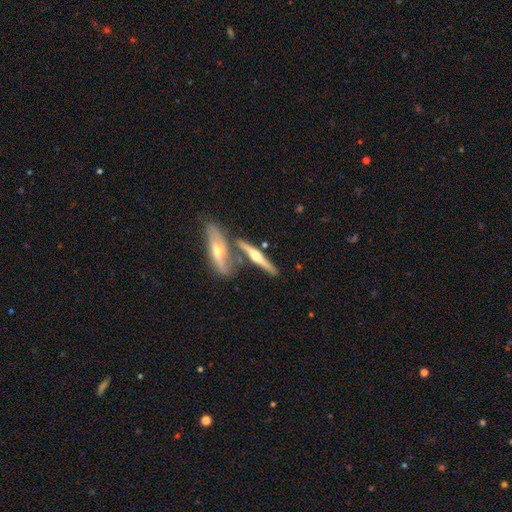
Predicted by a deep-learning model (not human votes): A featured or disk galaxy (71%) viewed edge-on (96%) with a rounded central bulge (94%).

Vote fractions:
- Smooth or featured? featured or disk: 71% / smooth: 24% / star or artifact: 5%
- Edge-on disk? yes: 96% / no: 4%
- Edge-on bulge? rounded: 94% / none: 3% / boxy: 3%
- Merging? none: 64% / merger: 23% / minor disturbance: 10% / major disturbance: 3%